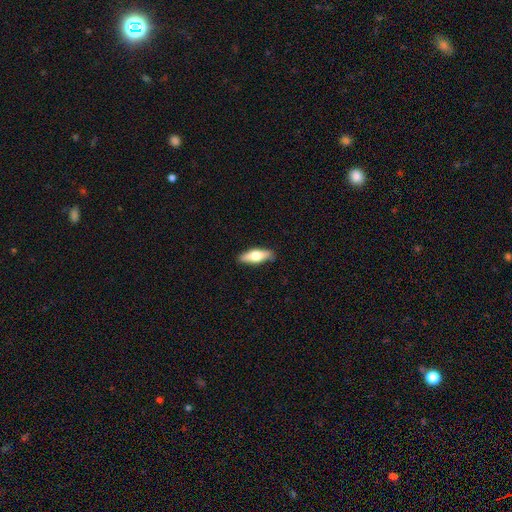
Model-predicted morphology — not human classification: smooth-or-featured: smooth: 57% | featured or disk: 38% | star or artifact: 6%
  how-rounded: in between: 59% | cigar-shaped: 39% | round: 3%
  merging: none: 87% | minor disturbance: 10% | major disturbance: 2% | merger: 1%